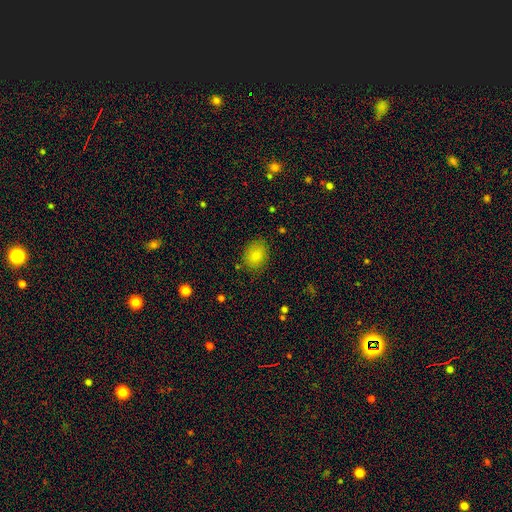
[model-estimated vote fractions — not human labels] smooth 84%, star or artifact 9%, featured or disk 6%. Down the decision tree: how rounded — in between (58%); merging — none (81%).